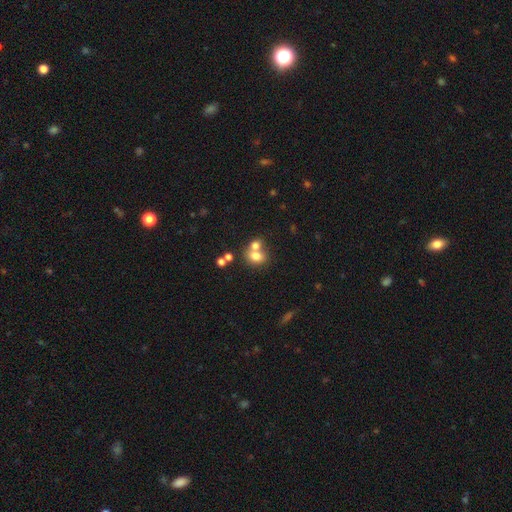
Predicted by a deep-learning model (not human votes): Smooth or featured? Predicted: smooth (p=0.74). How rounded? Predicted: in between (p=0.50). Merging? Predicted: merger (p=0.55).